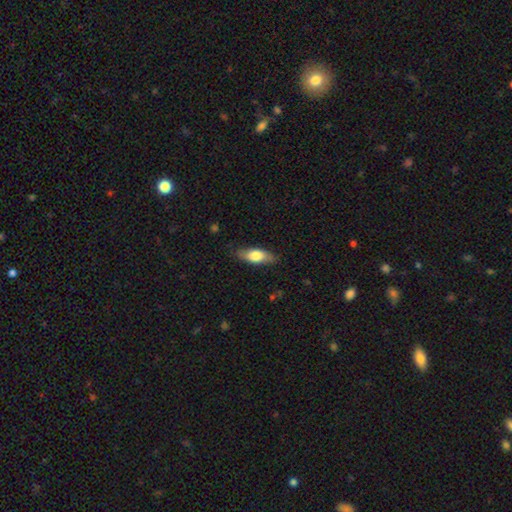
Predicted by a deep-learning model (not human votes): A smooth galaxy with no disk features (71%) that is in between round and cigar-shaped (73%).

Vote fractions:
- Smooth or featured? smooth: 71% / featured or disk: 23% / star or artifact: 6%
- How rounded? in between: 73% / cigar-shaped: 24% / round: 3%
- Merging? none: 83% / minor disturbance: 13% / major disturbance: 3% / merger: 1%